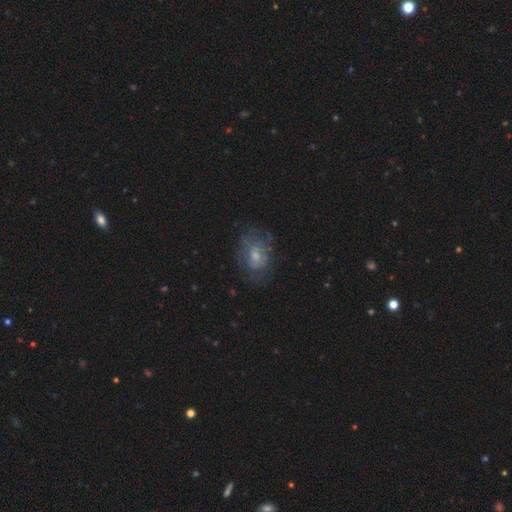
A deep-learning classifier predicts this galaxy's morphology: Overall: featured or disk (44%; smooth 41%). Merging: none (68%).